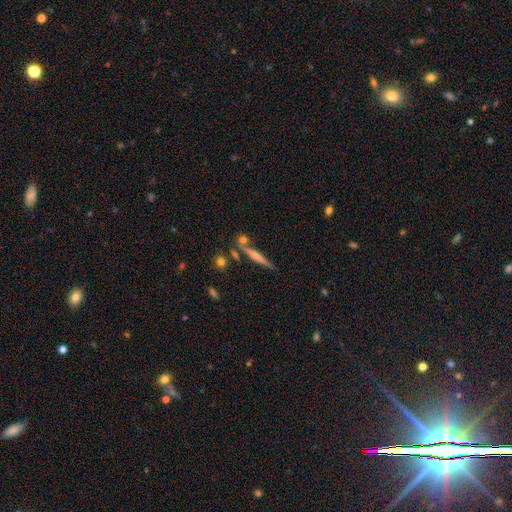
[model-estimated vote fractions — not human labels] Smooth or featured?
  - featured or disk: 53% *
  - smooth: 39%
  - star or artifact: 8%
Edge-on disk?
  - yes: 95% *
  - no: 5%
Edge-on bulge?
  - rounded: 46% *
  - none: 39%
  - boxy: 15%
Merging?
  - none: 75% *
  - minor disturbance: 11%
  - merger: 11%
  - major disturbance: 3%